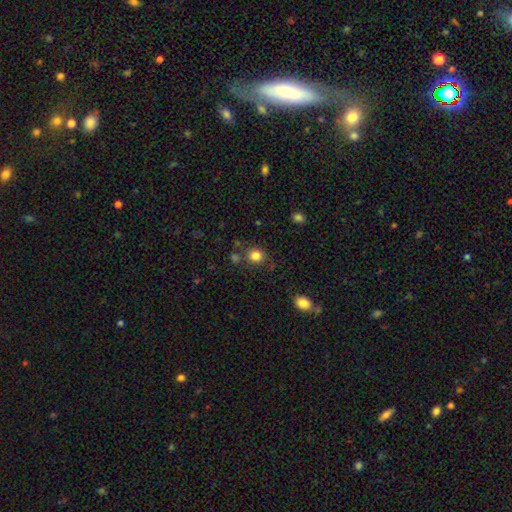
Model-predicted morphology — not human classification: Smooth or featured?
  - smooth: 83% *
  - star or artifact: 12%
  - featured or disk: 5%
How rounded?
  - round: 85% *
  - in between: 14%
  - cigar-shaped: 1%
Merging?
  - none: 81% *
  - minor disturbance: 9%
  - merger: 7%
  - major disturbance: 3%